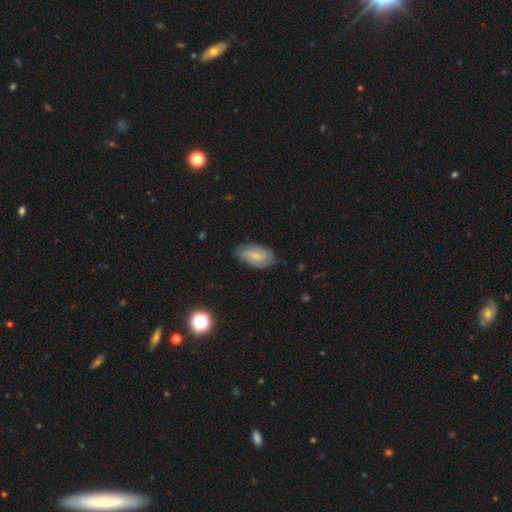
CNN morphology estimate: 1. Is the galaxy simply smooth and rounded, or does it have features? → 58% smooth, 34% featured or disk, 8% star or artifact.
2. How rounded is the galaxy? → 92% in between, 4% cigar-shaped, 4% round.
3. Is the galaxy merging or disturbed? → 74% none, 20% minor disturbance, 4% major disturbance, 1% merger.